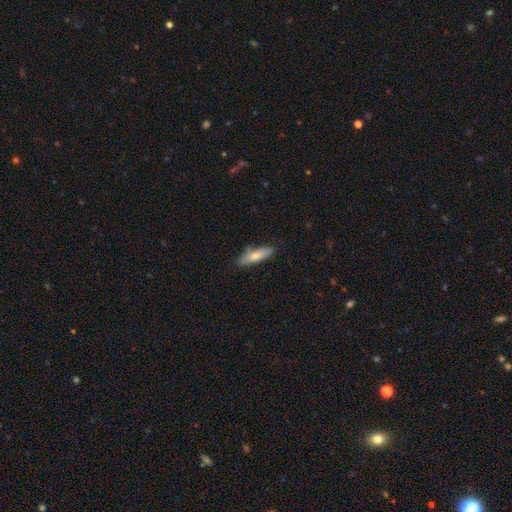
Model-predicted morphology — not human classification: smooth-or-featured: smooth: 73% | featured or disk: 21% | star or artifact: 6%
  how-rounded: cigar-shaped: 59% | in between: 40% | round: 2%
  merging: none: 79% | minor disturbance: 17% | major disturbance: 3% | merger: 2%